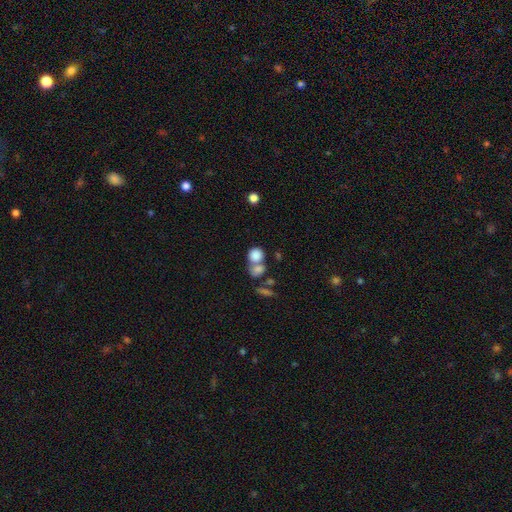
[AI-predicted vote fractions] smooth 82%, star or artifact 9%, featured or disk 9%. Down the decision tree: how rounded — round (74%); merging — merger (48%).